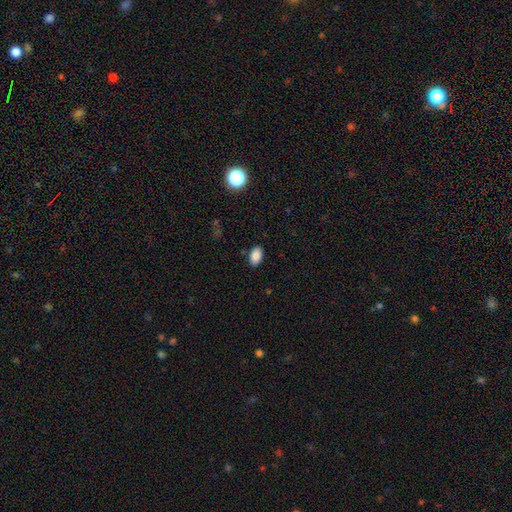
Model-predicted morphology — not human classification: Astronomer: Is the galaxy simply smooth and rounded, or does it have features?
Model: smooth — 87%.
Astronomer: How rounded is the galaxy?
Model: in between — 92%.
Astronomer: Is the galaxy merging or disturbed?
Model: none — 87%.